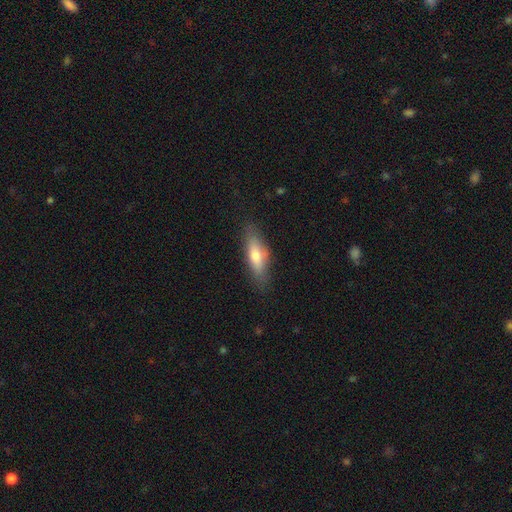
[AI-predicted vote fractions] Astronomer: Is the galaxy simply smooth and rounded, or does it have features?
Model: smooth — 62%.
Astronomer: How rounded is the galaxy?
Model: cigar-shaped — 50% (runner-up: in between, 47%).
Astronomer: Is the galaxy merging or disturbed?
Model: none — 81%.